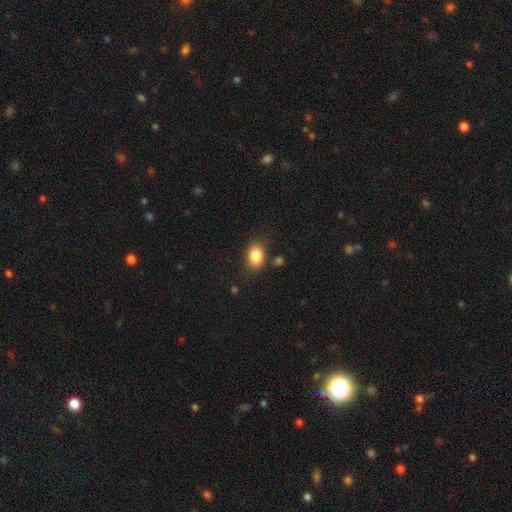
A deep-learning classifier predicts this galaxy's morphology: smooth 84%, star or artifact 8%, featured or disk 8%. Down the decision tree: how rounded — in between (80%); merging — none (78%).